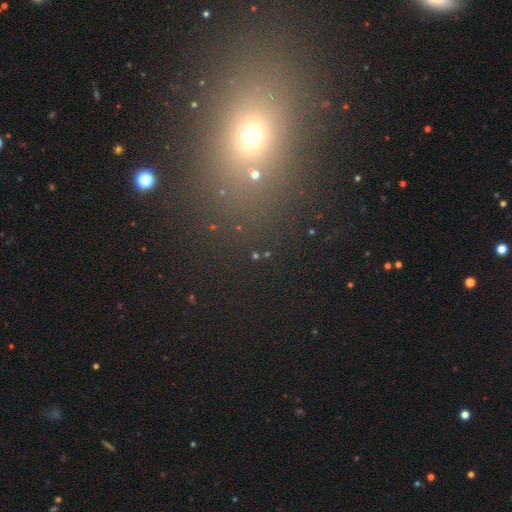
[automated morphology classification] smooth_or_featured: star or artifact (p=0.64) [alt: smooth p=0.24]